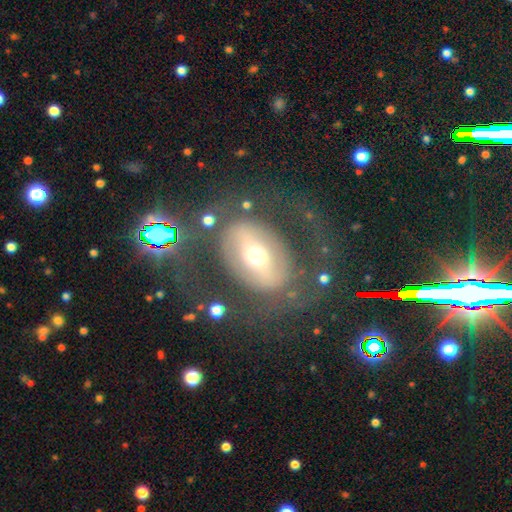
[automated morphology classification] Smooth or featured: featured or disk — 60% (smooth — 29%)
Edge-on disk: no — 90% (yes — 10%)
Bar: strong — 45% (no — 29%)
Spiral arms: no — 67% (yes — 33%)
Bulge size: moderate — 53% (small — 37%)
Merging: none — 65% (major disturbance — 18%)